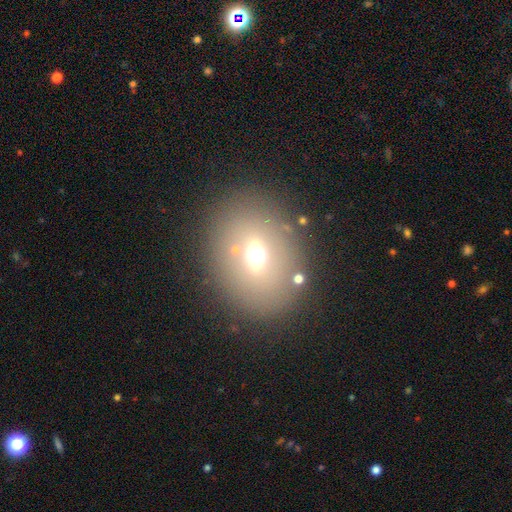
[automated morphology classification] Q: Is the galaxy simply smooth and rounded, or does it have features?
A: smooth — 60%.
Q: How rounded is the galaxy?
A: in between — 49%, tied with round.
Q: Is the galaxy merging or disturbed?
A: none — 79%.